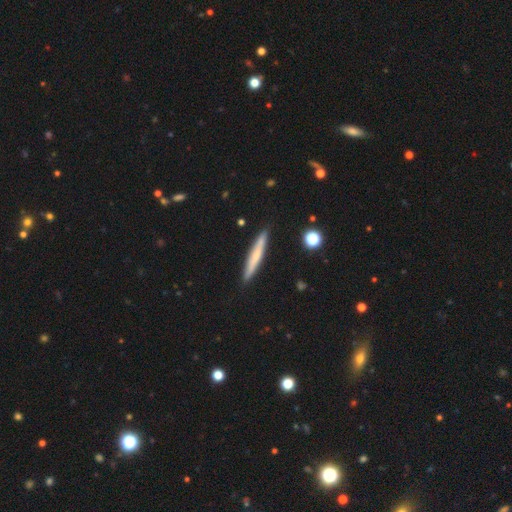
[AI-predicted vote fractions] This is possibly a smooth galaxy (56%). How rounded: clearly cigar-shaped (95%). Merging: clearly none (90%).